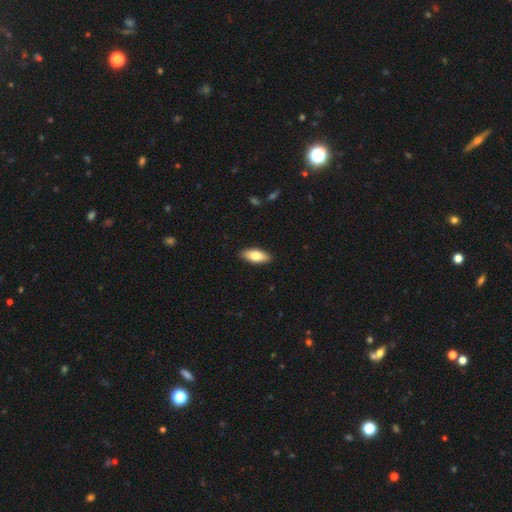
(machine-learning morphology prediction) Smooth or featured?
  - smooth: 78% *
  - featured or disk: 17%
  - star or artifact: 6%
How rounded?
  - in between: 82% *
  - cigar-shaped: 16%
  - round: 2%
Merging?
  - none: 89% *
  - minor disturbance: 8%
  - major disturbance: 2%
  - merger: 1%